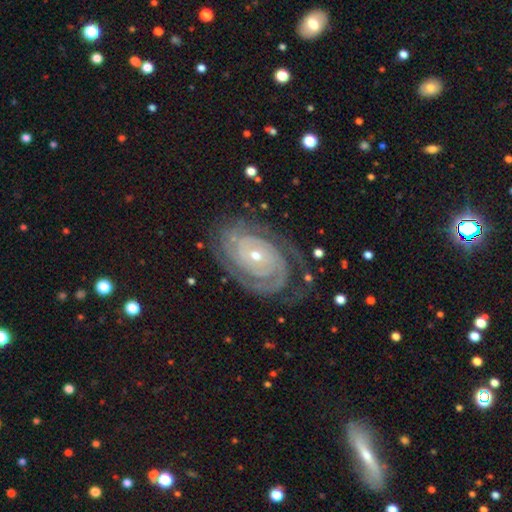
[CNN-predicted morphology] Smooth or featured?
  - featured or disk: 91% *
  - star or artifact: 5%
  - smooth: 4%
Edge-on disk?
  - no: 97% *
  - yes: 3%
Bar?
  - no: 73% *
  - weak: 18%
  - strong: 8%
Spiral arms?
  - yes: 98% *
  - no: 2%
Spiral winding?
  - tight: 84% *
  - medium: 14%
  - loose: 3%
Spiral arm count?
  - 2: 51% *
  - 3: 16%
  - can't tell: 16%
  - 4: 7%
  - 1: 5%
  - more than 4: 5%
Bulge size?
  - small: 61% *
  - moderate: 36%
  - large: 1%
  - none: 1%
  - dominant: 1%
Merging?
  - none: 75% *
  - minor disturbance: 16%
  - major disturbance: 8%
  - merger: 1%